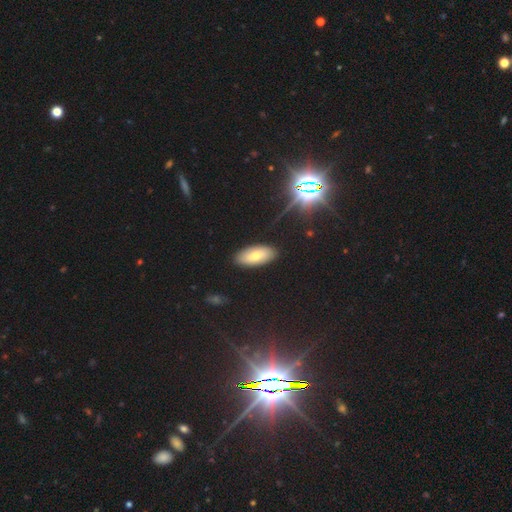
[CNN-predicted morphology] Overall: smooth (67%). How rounded: in between (90%). Merging: none (87%).